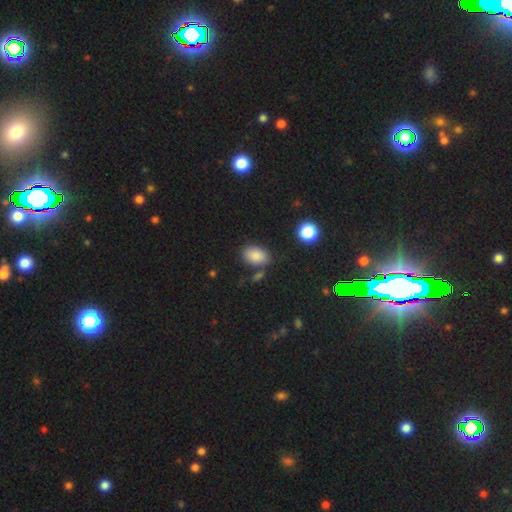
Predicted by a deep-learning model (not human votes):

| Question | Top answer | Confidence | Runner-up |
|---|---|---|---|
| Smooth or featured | smooth | 85% | star or artifact (10%) |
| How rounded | in between | 86% | round (13%) |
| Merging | none | 75% | minor disturbance (14%) |